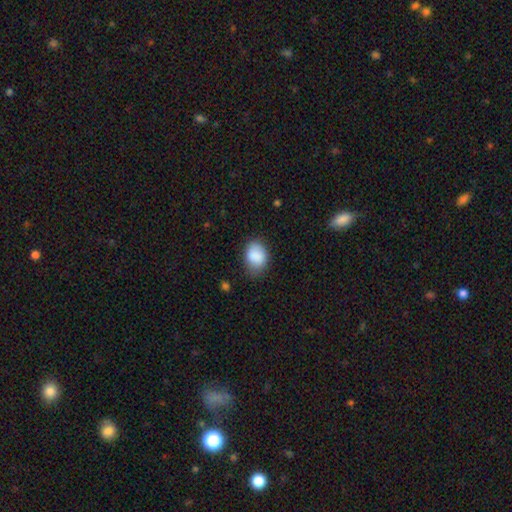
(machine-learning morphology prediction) Smooth or featured: smooth — 86% (star or artifact — 7%)
How rounded: in between — 69% (round — 30%)
Merging: none — 69% (minor disturbance — 23%)